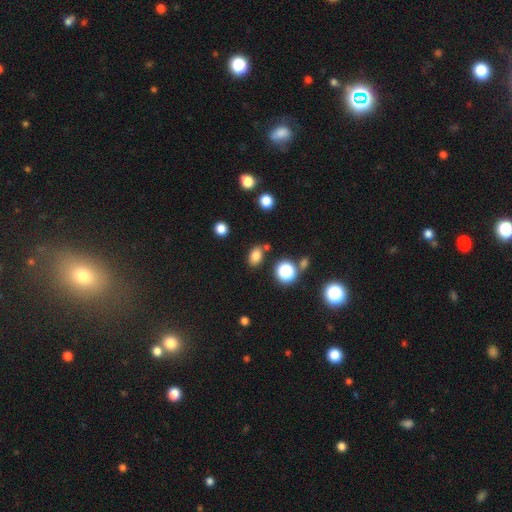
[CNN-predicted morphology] type=smooth (79%); roundness=in between (79%); merging=none (76%).